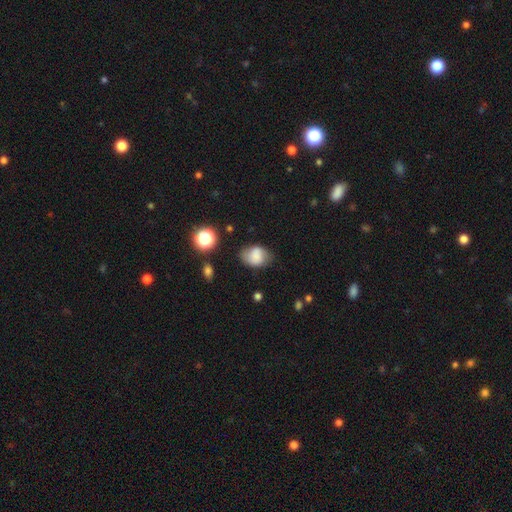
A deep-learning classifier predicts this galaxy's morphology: Smooth or featured? smooth (75%)
How rounded? in between (66%)
Merging? none (64%)